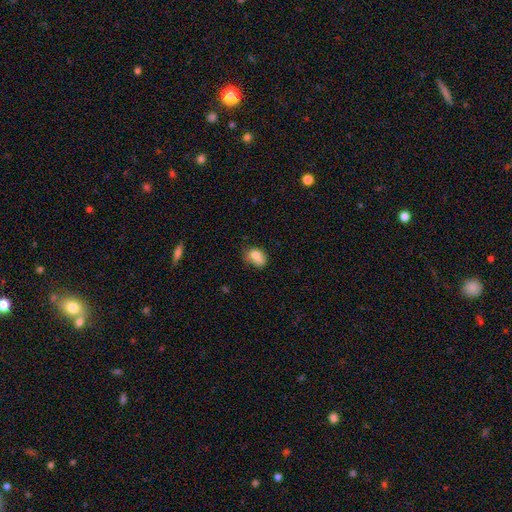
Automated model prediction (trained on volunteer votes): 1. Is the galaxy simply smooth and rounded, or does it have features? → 77% smooth, 13% featured or disk, 9% star or artifact.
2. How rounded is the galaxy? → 66% in between, 33% round, 1% cigar-shaped.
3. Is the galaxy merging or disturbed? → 43% none, 31% minor disturbance, 16% merger, 11% major disturbance.